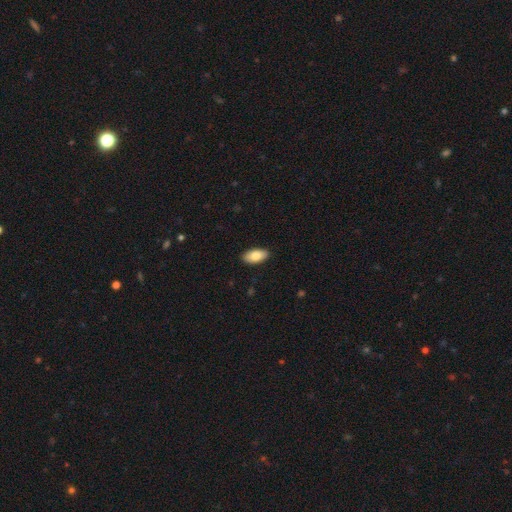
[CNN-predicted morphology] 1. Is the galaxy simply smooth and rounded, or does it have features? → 83% smooth, 11% featured or disk, 6% star or artifact.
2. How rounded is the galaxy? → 93% in between, 5% cigar-shaped, 3% round.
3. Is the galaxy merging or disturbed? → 90% none, 7% minor disturbance, 2% major disturbance, 1% merger.